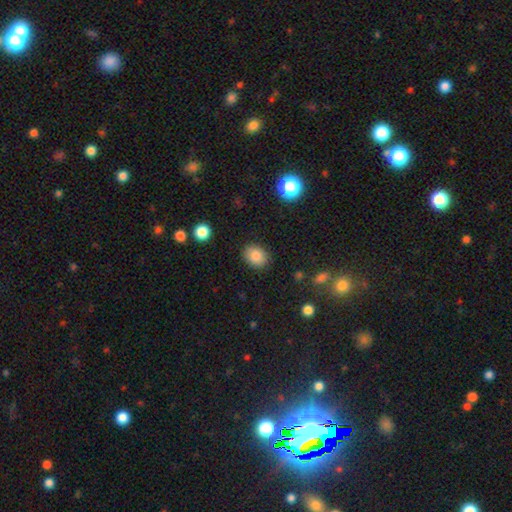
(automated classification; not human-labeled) smooth-or-featured: smooth: 86% | star or artifact: 9% | featured or disk: 5%
  how-rounded: in between: 56% | round: 43% | cigar-shaped: 1%
  merging: none: 87% | minor disturbance: 9% | major disturbance: 3% | merger: 1%